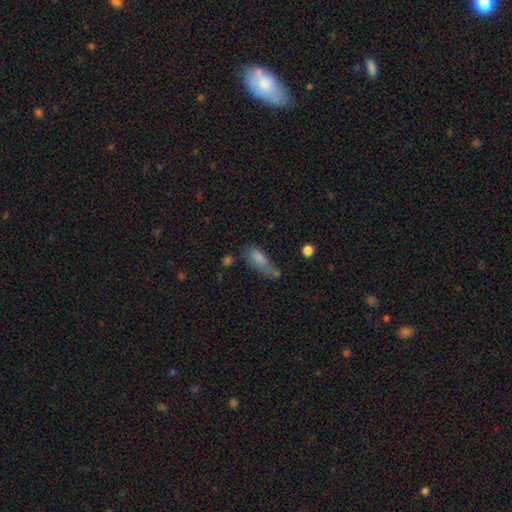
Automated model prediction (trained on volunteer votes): Smooth or featured?
  - smooth: 73% *
  - featured or disk: 15%
  - star or artifact: 12%
How rounded?
  - in between: 64% *
  - cigar-shaped: 33%
  - round: 4%
Merging?
  - none: 34% *
  - minor disturbance: 29%
  - major disturbance: 22%
  - merger: 15%